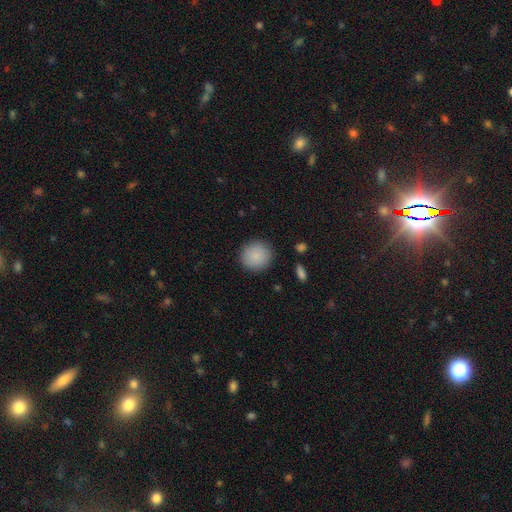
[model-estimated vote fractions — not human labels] smooth-or-featured: smooth: 88% | star or artifact: 7% | featured or disk: 4%
  how-rounded: round: 92% | in between: 7% | cigar-shaped: 1%
  merging: none: 89% | minor disturbance: 7% | major disturbance: 2% | merger: 1%